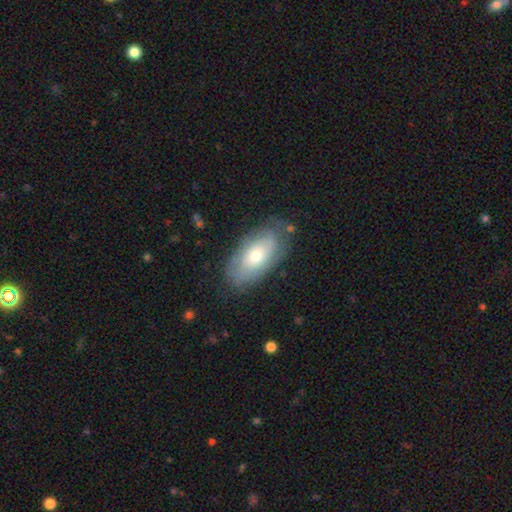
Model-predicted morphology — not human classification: Smooth or featured? Predicted: smooth (p=0.47). Merging? Predicted: none (p=0.75).